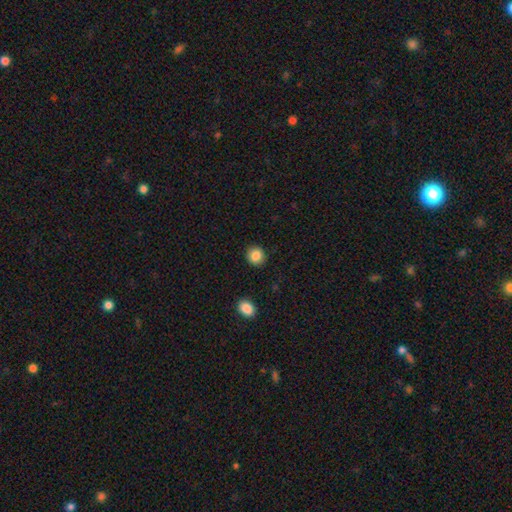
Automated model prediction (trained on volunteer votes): smooth 86%, star or artifact 9%, featured or disk 5%. Down the decision tree: how rounded — round (86%); merging — none (91%).